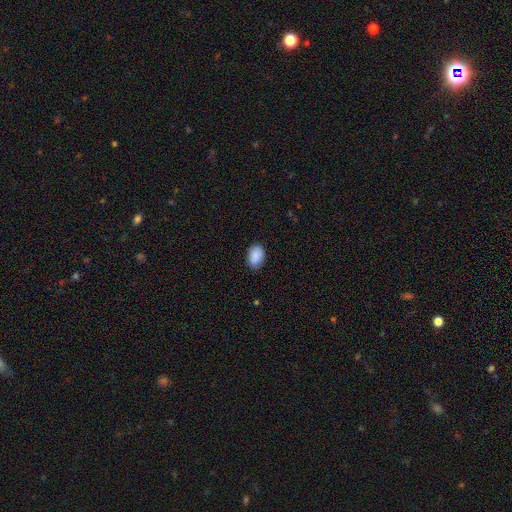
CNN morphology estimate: Overall: smooth (90%). How rounded: in between (88%). Merging: none (85%).